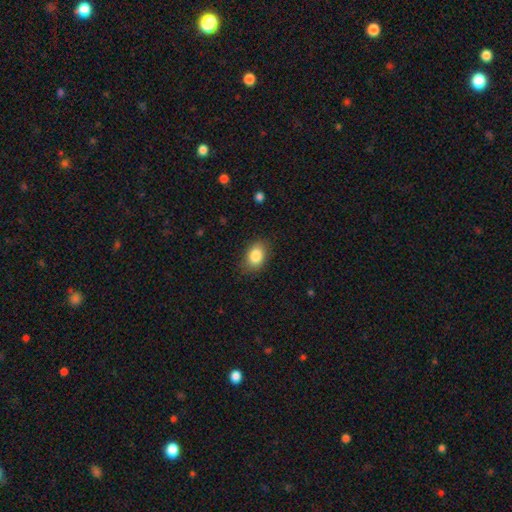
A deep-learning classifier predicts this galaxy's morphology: A smooth galaxy with no disk features (85%) that is in between round and cigar-shaped (77%).

Vote fractions:
- Smooth or featured? smooth: 85% / star or artifact: 8% / featured or disk: 7%
- How rounded? in between: 77% / round: 22% / cigar-shaped: 1%
- Merging? none: 82% / minor disturbance: 14% / major disturbance: 3% / merger: 1%